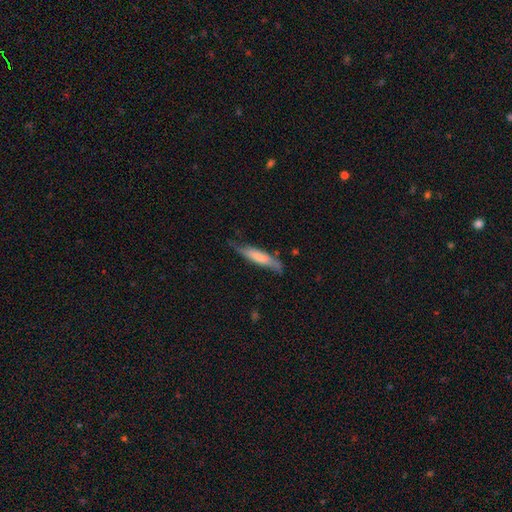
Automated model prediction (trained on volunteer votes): Smooth or featured? smooth (55%)
How rounded? cigar-shaped (85%)
Merging? none (64%)